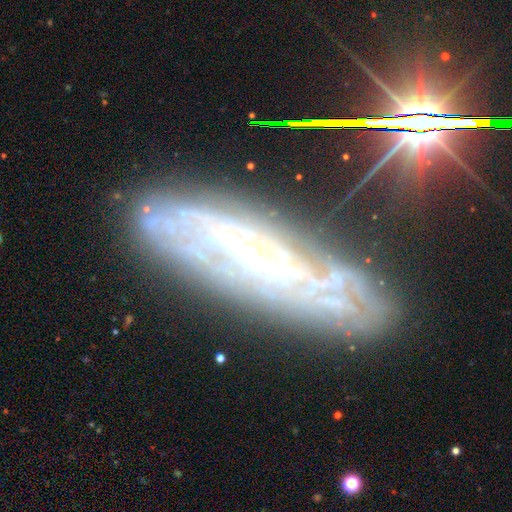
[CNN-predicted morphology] Smooth or featured? featured or disk (71%)
Edge-on disk? no (63%)
Merging? none (74%)